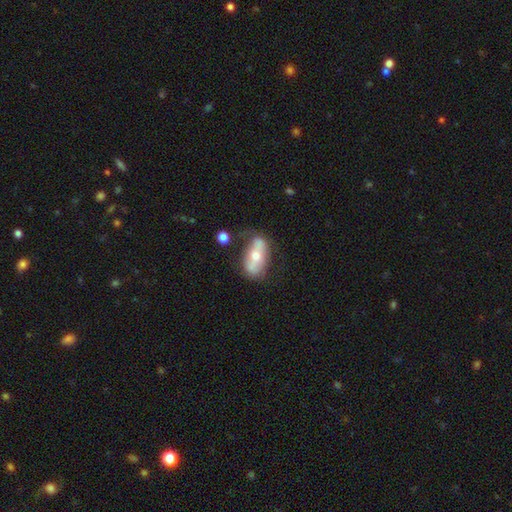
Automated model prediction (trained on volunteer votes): This is possibly a smooth galaxy (47%). Merging: possibly none (59%).